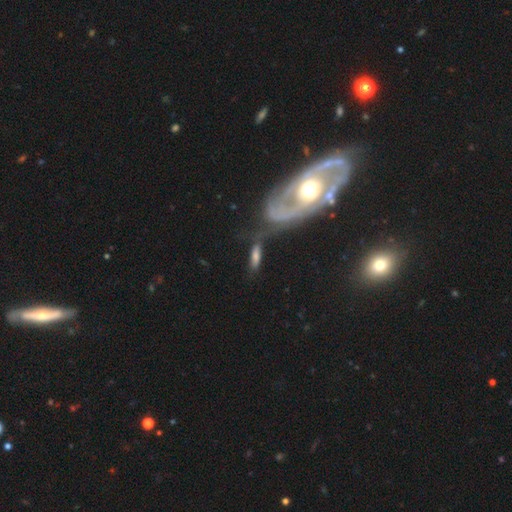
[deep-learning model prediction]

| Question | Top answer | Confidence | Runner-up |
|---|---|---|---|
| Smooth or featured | smooth | 53% | featured or disk (37%) |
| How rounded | in between | 53% | cigar-shaped (41%) |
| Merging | none | 45% | merger (20%) |